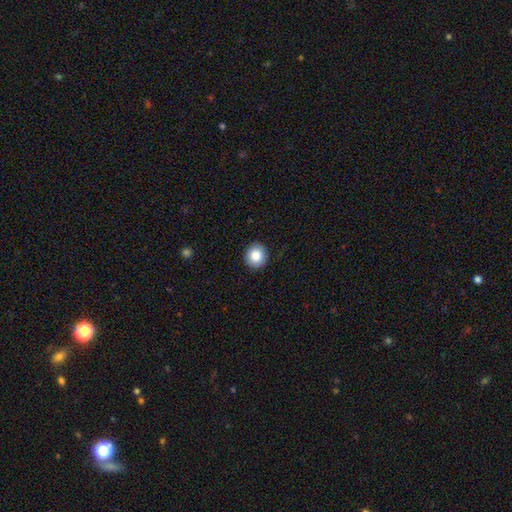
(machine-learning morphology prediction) A smooth galaxy with no disk features (84%) that is round (92%).

Vote fractions:
- Smooth or featured? smooth: 84% / star or artifact: 9% / featured or disk: 7%
- How rounded? round: 92% / in between: 7% / cigar-shaped: 1%
- Merging? none: 92% / minor disturbance: 6% / major disturbance: 2% / merger: 1%